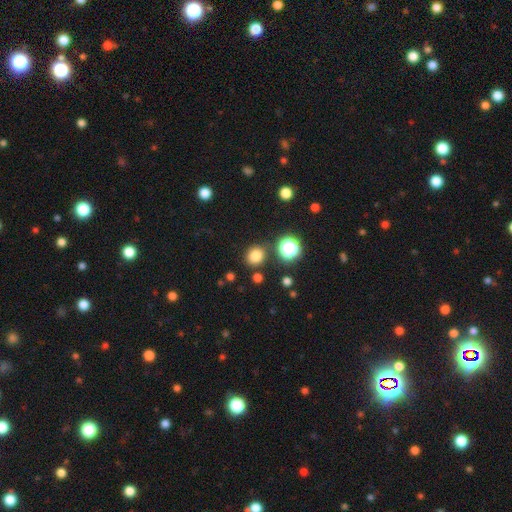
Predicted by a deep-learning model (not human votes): Smooth or featured? Predicted: smooth (p=0.79). How rounded? Predicted: round (p=0.81). Merging? Predicted: none (p=0.84).